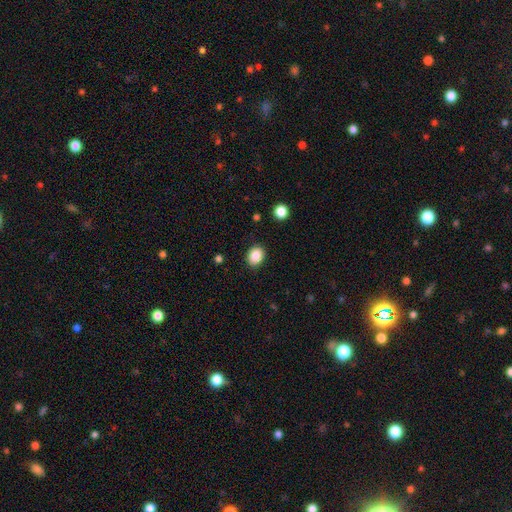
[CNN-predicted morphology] Smooth or featured? smooth (86%)
How rounded? in between (54%)
Merging? none (89%)